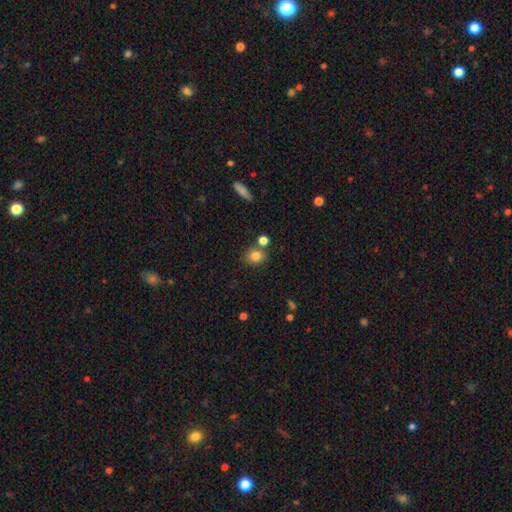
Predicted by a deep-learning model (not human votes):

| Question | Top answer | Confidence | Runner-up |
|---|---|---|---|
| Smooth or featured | smooth | 81% | star or artifact (11%) |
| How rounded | round | 69% | in between (30%) |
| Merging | none | 69% | merger (16%) |